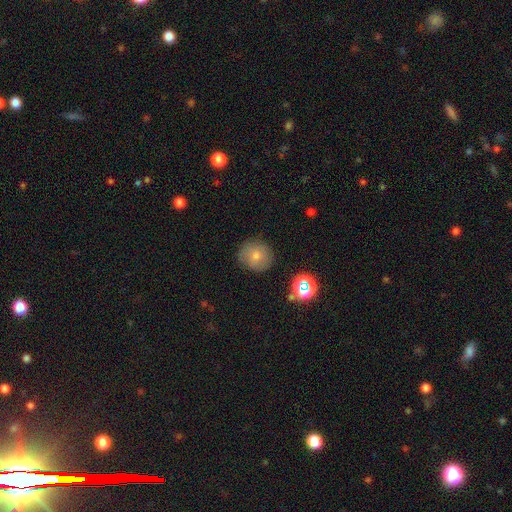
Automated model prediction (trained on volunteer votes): smooth 73%, featured or disk 15%, star or artifact 12%. Down the decision tree: how rounded — round (90%); merging — none (82%).